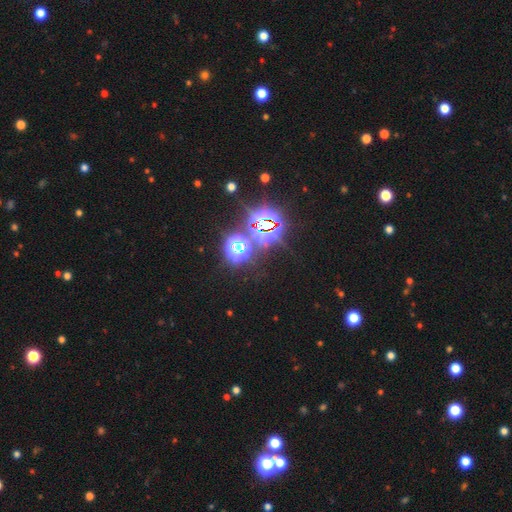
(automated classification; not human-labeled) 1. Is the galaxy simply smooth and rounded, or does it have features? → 81% star or artifact, 13% smooth, 6% featured or disk.